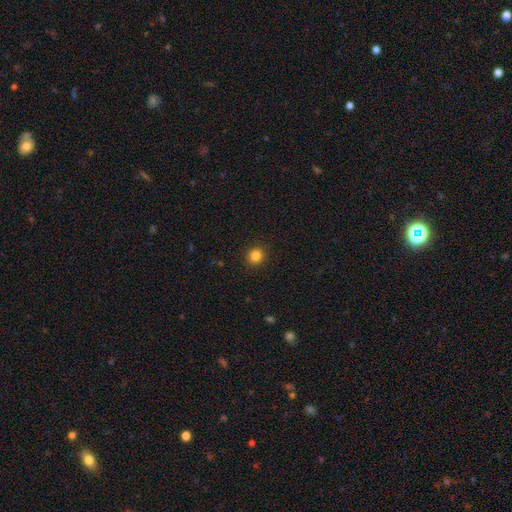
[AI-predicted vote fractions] This is clearly a smooth galaxy (84%). How rounded: clearly round (88%). Merging: clearly none (92%).